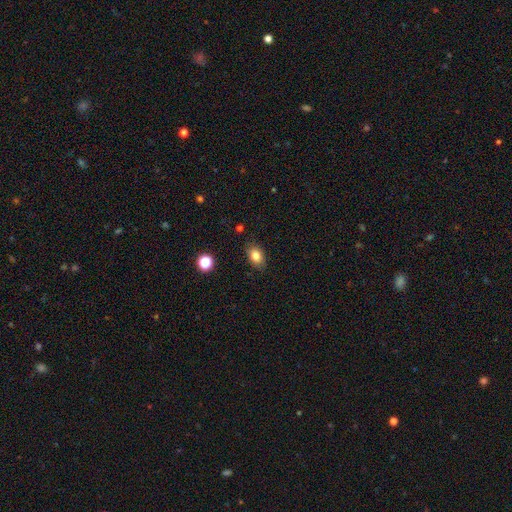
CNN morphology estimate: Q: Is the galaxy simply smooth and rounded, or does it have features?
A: smooth — 82%.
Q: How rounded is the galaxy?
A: in between — 82%.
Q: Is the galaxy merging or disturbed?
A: none — 85%.